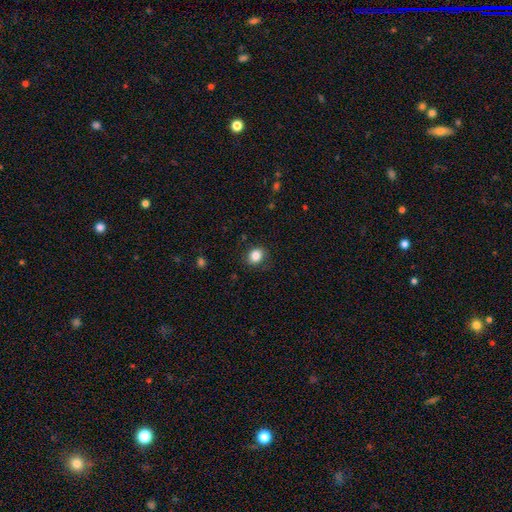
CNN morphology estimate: smooth 84%, star or artifact 10%, featured or disk 6%. Down the decision tree: how rounded — round (56%); merging — none (84%).